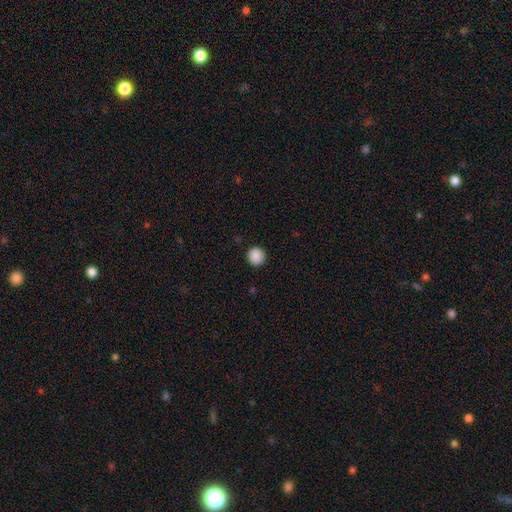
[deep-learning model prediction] smooth-or-featured: smooth: 89% | star or artifact: 9% | featured or disk: 2%
  how-rounded: round: 92% | in between: 7% | cigar-shaped: 1%
  merging: none: 91% | minor disturbance: 6% | major disturbance: 2% | merger: 1%